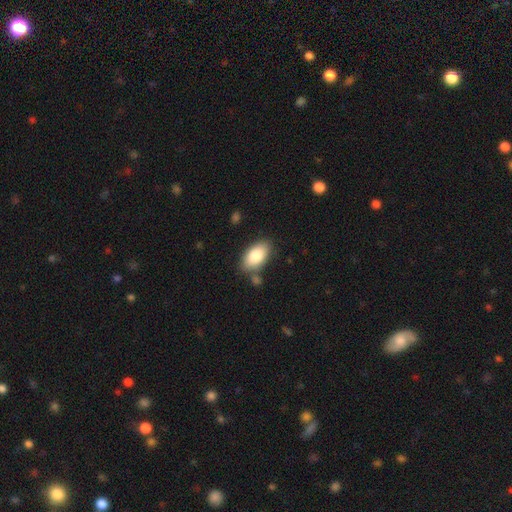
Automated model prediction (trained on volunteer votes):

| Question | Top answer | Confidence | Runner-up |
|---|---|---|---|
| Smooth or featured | smooth | 83% | featured or disk (10%) |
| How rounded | in between | 94% | round (4%) |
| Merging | none | 76% | minor disturbance (14%) |